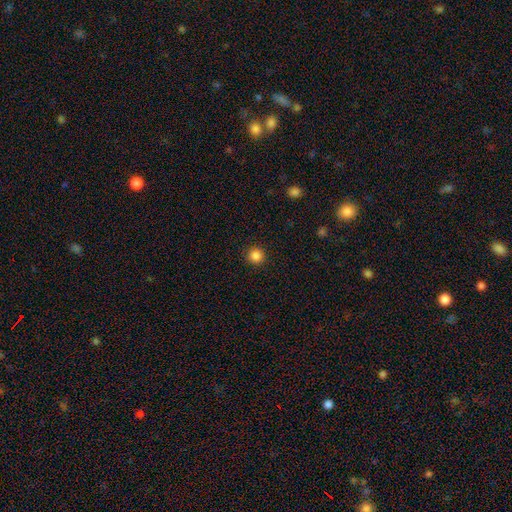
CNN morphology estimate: This appears to be a smooth galaxy with no disk features (86%) that is round (96%). Merging: none (93%).